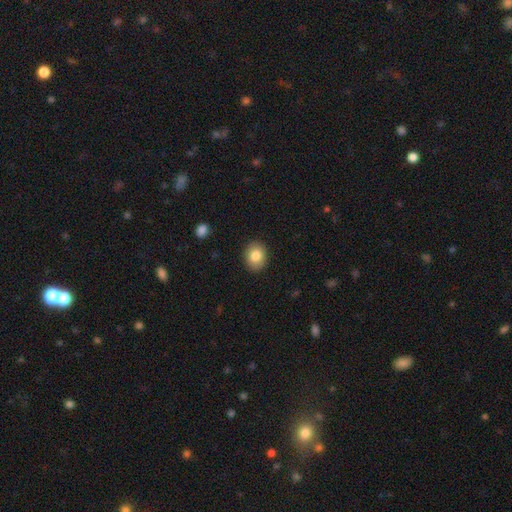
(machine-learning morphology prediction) smooth 83%, featured or disk 9%, star or artifact 8%. Down the decision tree: how rounded — round (55%); merging — none (90%).